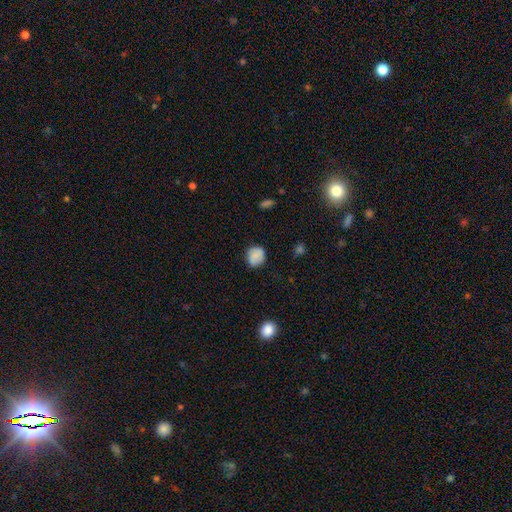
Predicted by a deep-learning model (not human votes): The model was most divided on "how rounded": round: 79%, in between: 20%, cigar-shaped: 1%. More confident: merging — none (80%); smooth or featured — smooth (78%).